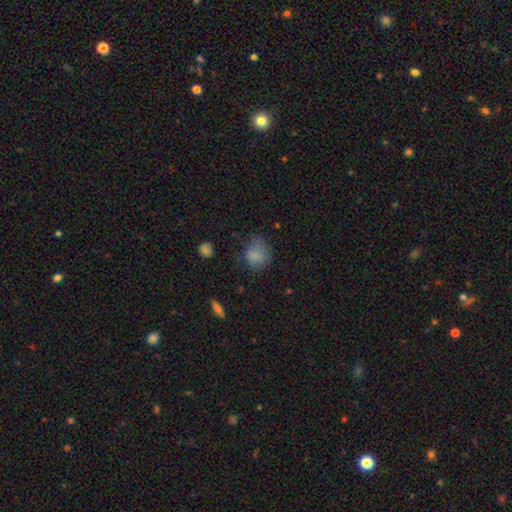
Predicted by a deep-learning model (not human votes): Smooth or featured: smooth — 80% (star or artifact — 11%)
How rounded: round — 68% (in between — 31%)
Merging: none — 55% (minor disturbance — 29%)